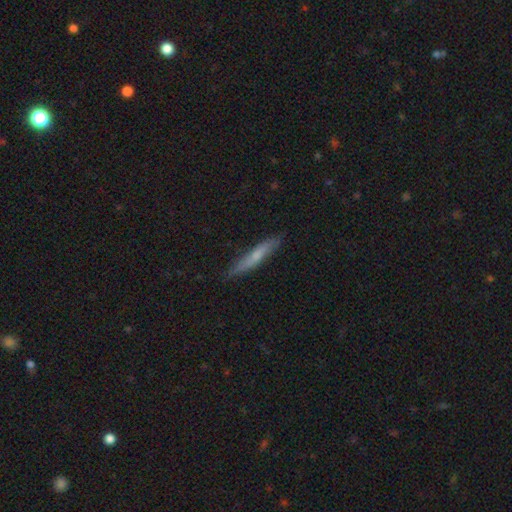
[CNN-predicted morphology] smooth-or-featured: smooth: 57% | featured or disk: 37% | star or artifact: 6%
  how-rounded: cigar-shaped: 93% | in between: 5% | round: 2%
  merging: none: 83% | minor disturbance: 13% | major disturbance: 2% | merger: 1%